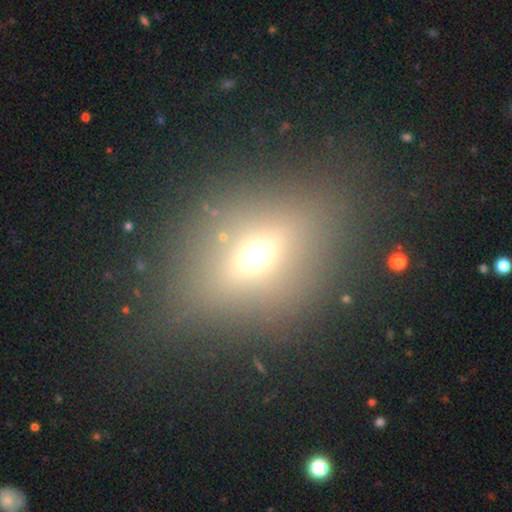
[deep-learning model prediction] Smooth or featured?
  - smooth: 51% *
  - featured or disk: 28%
  - star or artifact: 21%
How rounded?
  - in between: 65% *
  - round: 28%
  - cigar-shaped: 7%
Merging?
  - none: 78% *
  - minor disturbance: 12%
  - major disturbance: 7%
  - merger: 3%